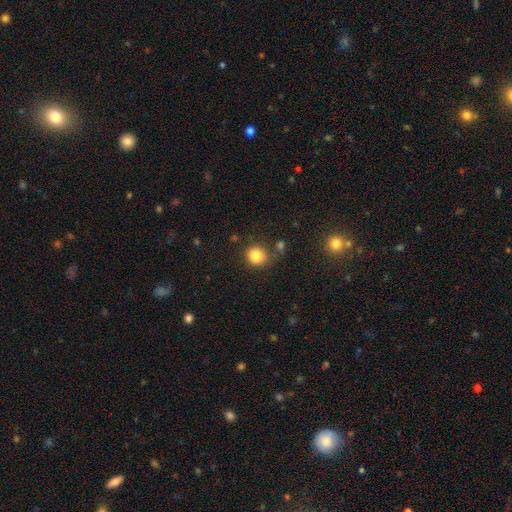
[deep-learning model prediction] A smooth galaxy with no disk features (83%) that is round (87%).

Vote fractions:
- Smooth or featured? smooth: 83% / star or artifact: 11% / featured or disk: 6%
- How rounded? round: 87% / in between: 12% / cigar-shaped: 1%
- Merging? none: 74% / minor disturbance: 14% / merger: 7% / major disturbance: 5%